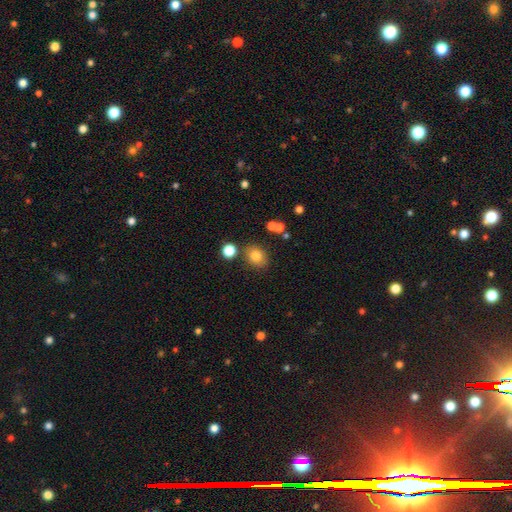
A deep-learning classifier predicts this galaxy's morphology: smooth_or_featured: smooth (p=0.80) [alt: star or artifact p=0.12]
how_rounded: round (p=0.58) [alt: in between p=0.41]
merging: none (p=0.80) [alt: minor disturbance p=0.10]